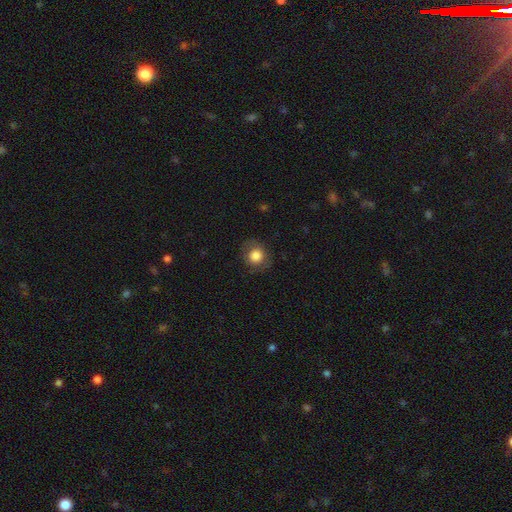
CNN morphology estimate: The model was most divided on "merging": none: 81%, minor disturbance: 13%, major disturbance: 5%, merger: 1%. More confident: how rounded — round (85%); smooth or featured — smooth (80%).